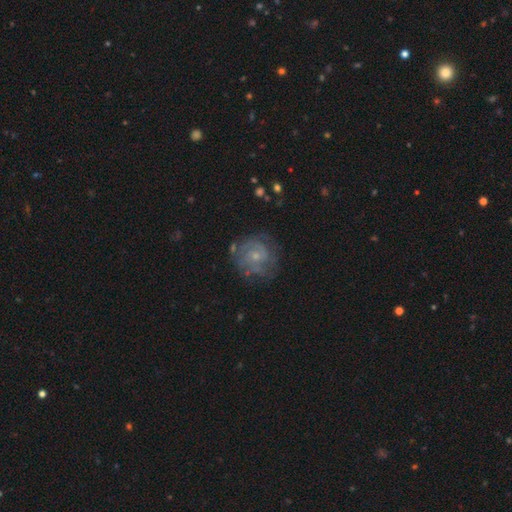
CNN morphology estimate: A featured or disk galaxy (73%) with no bar (73%), tight (61%) spiral arms (86%) and a small central bulge (65%). Merging: none (69%).